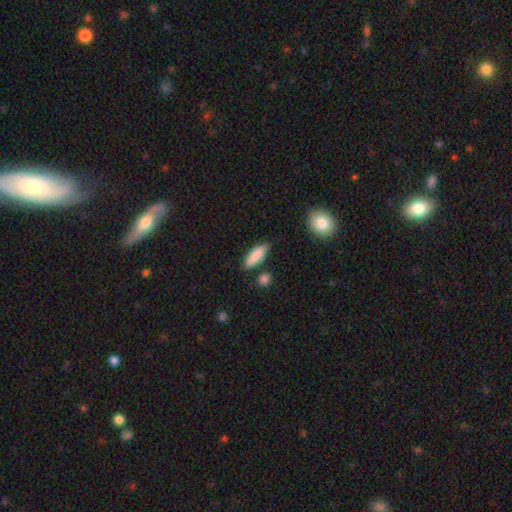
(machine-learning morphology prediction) smooth-or-featured: smooth: 85% | featured or disk: 9% | star or artifact: 6%
  how-rounded: in between: 56% | cigar-shaped: 41% | round: 2%
  merging: none: 78% | minor disturbance: 14% | merger: 5% | major disturbance: 3%